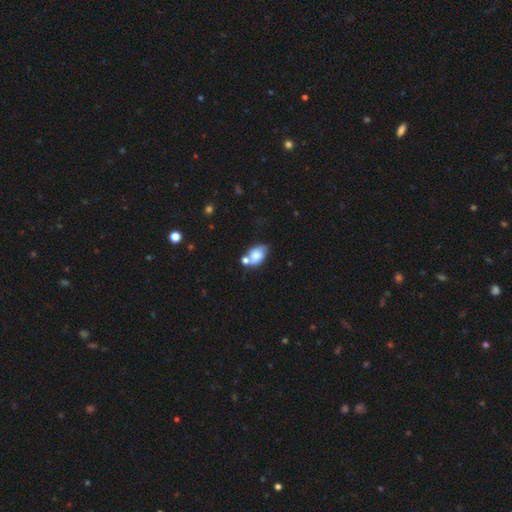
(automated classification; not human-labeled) Q: Smooth or featured?
A: smooth (72%); runner-up: featured or disk (19%)
Q: How rounded?
A: in between (82%); runner-up: round (16%)
Q: Merging?
A: none (39%); runner-up: merger (33%)